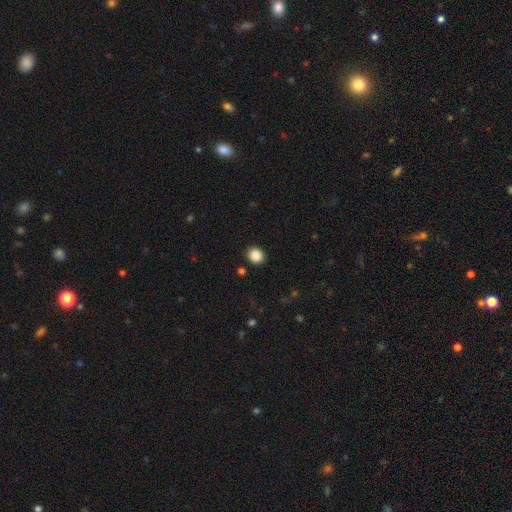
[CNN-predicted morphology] Q: Smooth or featured?
A: smooth (88%); runner-up: star or artifact (9%)
Q: How rounded?
A: round (75%); runner-up: in between (24%)
Q: Merging?
A: none (89%); runner-up: minor disturbance (7%)